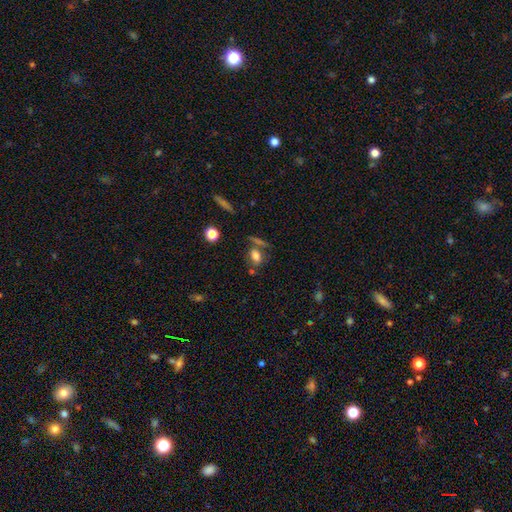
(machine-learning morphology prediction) Q: Smooth or featured?
A: smooth (71%); runner-up: featured or disk (15%)
Q: How rounded?
A: in between (71%); runner-up: round (23%)
Q: Merging?
A: none (56%); runner-up: merger (20%)